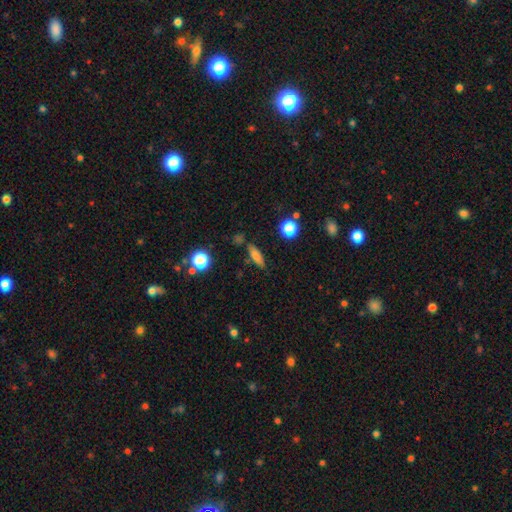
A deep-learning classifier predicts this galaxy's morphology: A smooth galaxy with no disk features (72%) that is cigar-shaped (52%).

Vote fractions:
- Smooth or featured? smooth: 72% / featured or disk: 17% / star or artifact: 11%
- How rounded? cigar-shaped: 52% / in between: 41% / round: 7%
- Merging? none: 80% / minor disturbance: 12% / merger: 5% / major disturbance: 3%